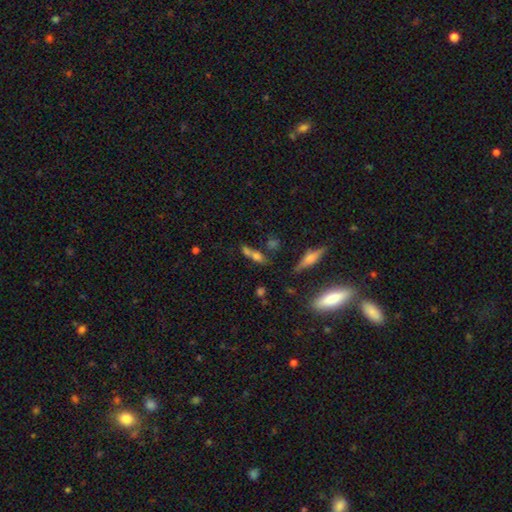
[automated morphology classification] Overall: smooth (56%; featured or disk 28%). How rounded: in between (47%; cigar-shaped 40%). Merging: none (43%; merger 37%).